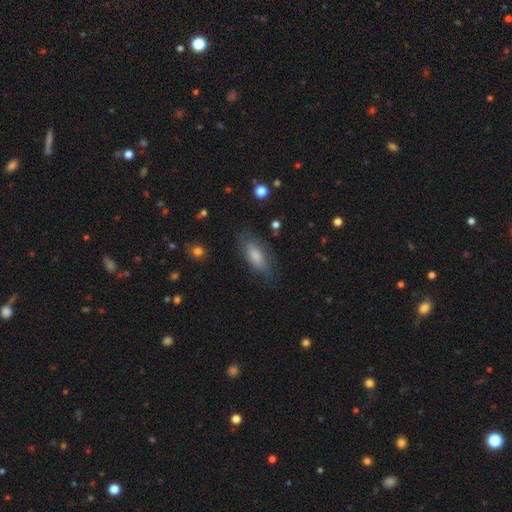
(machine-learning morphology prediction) The model was most divided on "smooth or featured": smooth: 72%, featured or disk: 21%, star or artifact: 7%. More confident: how rounded — in between (77%); merging — none (73%).